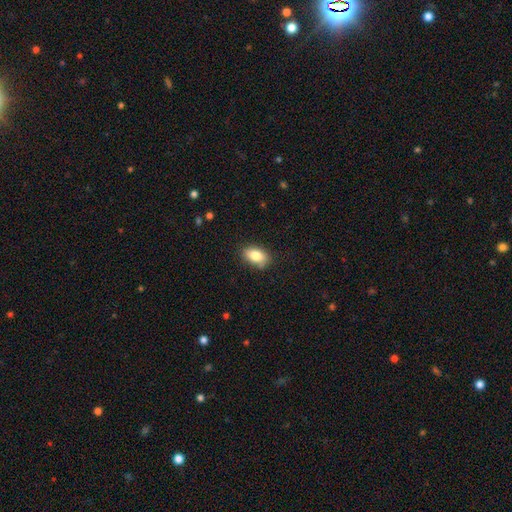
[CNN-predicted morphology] Smooth or featured? smooth (82%)
How rounded? in between (89%)
Merging? none (80%)